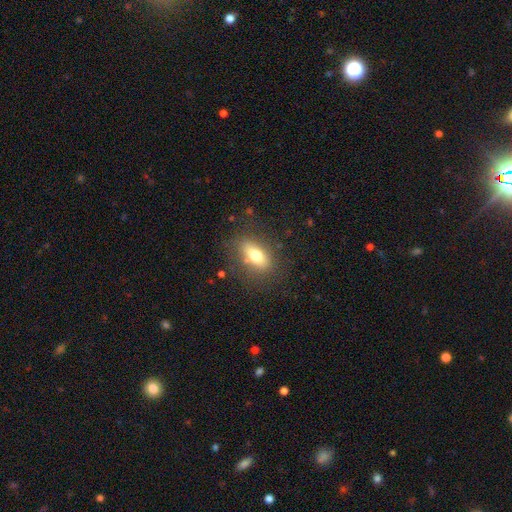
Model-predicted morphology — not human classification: Smooth or featured?
  - smooth: 71% *
  - featured or disk: 20%
  - star or artifact: 9%
How rounded?
  - in between: 80% *
  - cigar-shaped: 12%
  - round: 8%
Merging?
  - none: 78% *
  - minor disturbance: 14%
  - major disturbance: 6%
  - merger: 2%